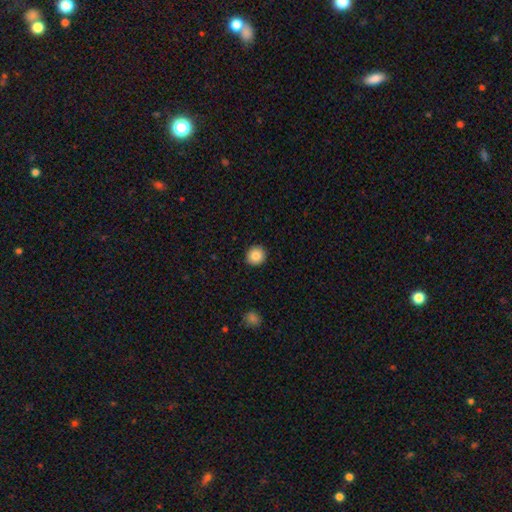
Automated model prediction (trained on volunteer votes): smooth_or_featured: smooth (p=0.85) [alt: star or artifact p=0.09]
how_rounded: round (p=0.90) [alt: in between p=0.09]
merging: none (p=0.92) [alt: minor disturbance p=0.05]